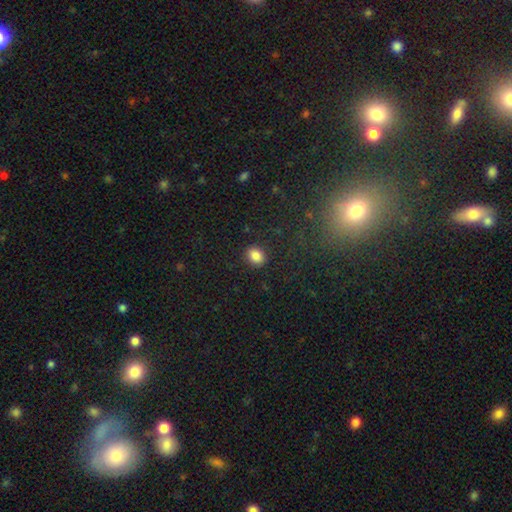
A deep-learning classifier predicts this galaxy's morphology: This appears to be a smooth galaxy with no disk features (85%) that is in between round and cigar-shaped (53%). Merging: none (87%).